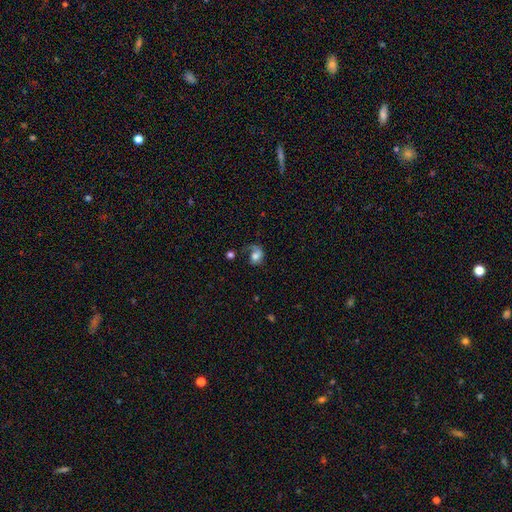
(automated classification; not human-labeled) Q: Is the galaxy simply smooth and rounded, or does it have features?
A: smooth — 52%.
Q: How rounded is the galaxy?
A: in between — 55%.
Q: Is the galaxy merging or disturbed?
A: major disturbance — 40%.